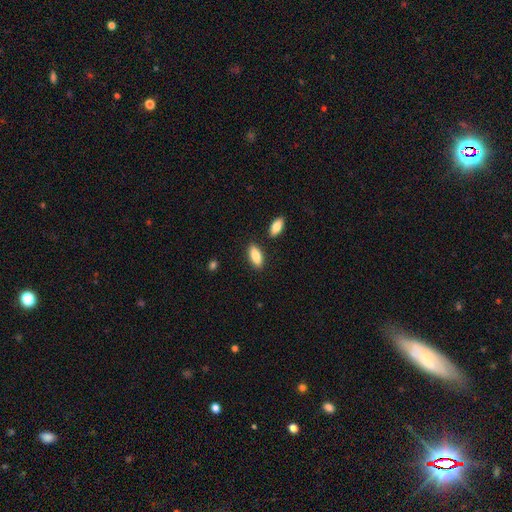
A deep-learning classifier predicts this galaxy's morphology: This appears to be a smooth galaxy with no disk features (82%) that is in between round and cigar-shaped (78%). Merging: none (84%).